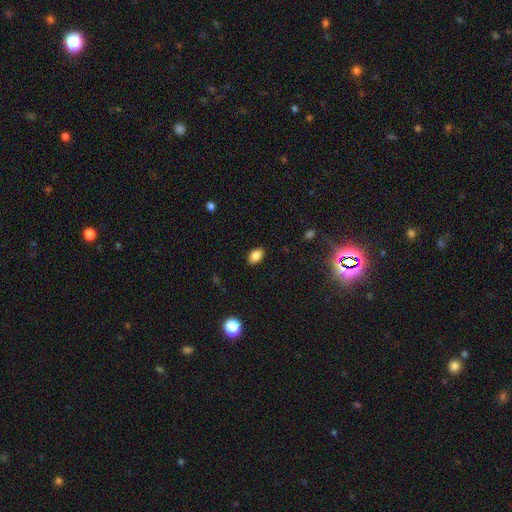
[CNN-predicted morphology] This appears to be a smooth galaxy with no disk features (85%) that is in between round and cigar-shaped (89%). Merging: none (88%).